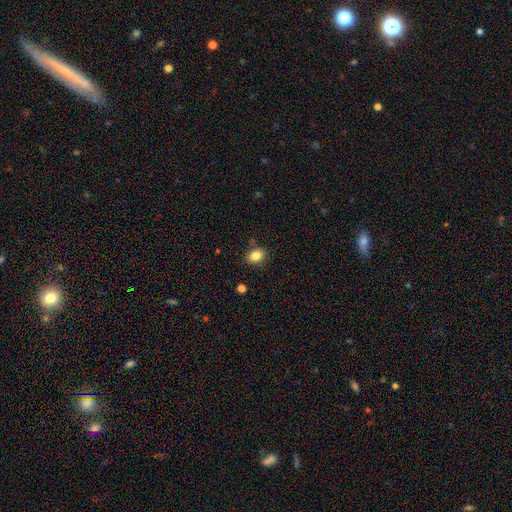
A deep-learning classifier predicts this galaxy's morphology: A smooth galaxy with no disk features (84%) that is in between round and cigar-shaped (63%). Merging: none (82%).